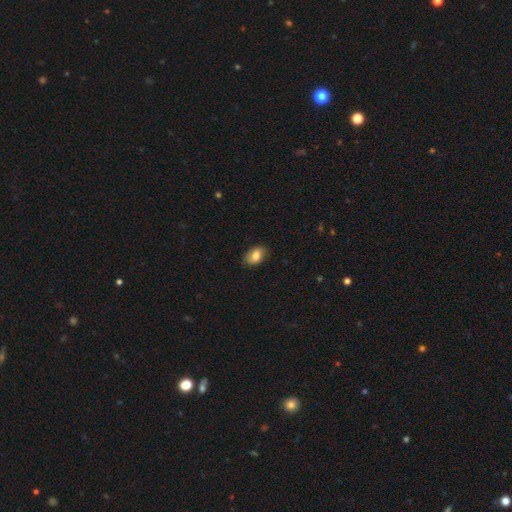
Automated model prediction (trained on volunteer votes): Q: Smooth or featured?
A: smooth (82%); runner-up: featured or disk (10%)
Q: How rounded?
A: in between (86%); runner-up: round (13%)
Q: Merging?
A: none (84%); runner-up: minor disturbance (12%)